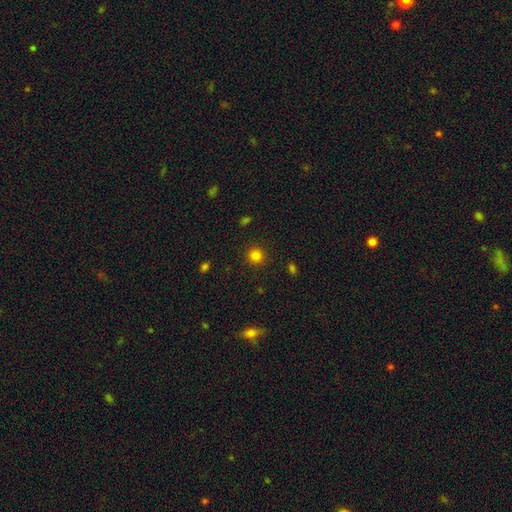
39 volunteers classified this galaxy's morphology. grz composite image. It shows a smooth galaxy with no disk features (90%) that is round (94%). Merging: none (97%).